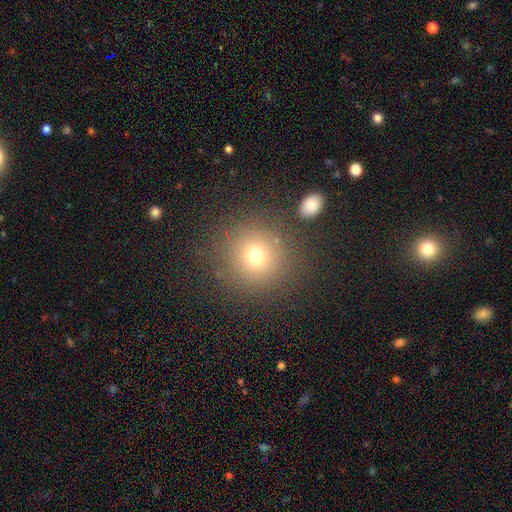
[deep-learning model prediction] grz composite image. It shows a smooth galaxy with no disk features (72%) that is round (91%). Merging: none (83%).